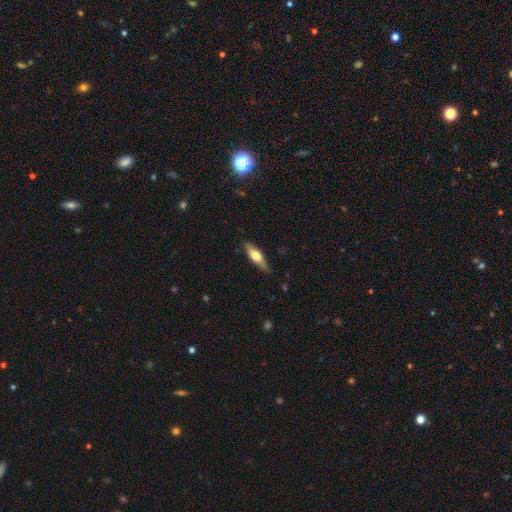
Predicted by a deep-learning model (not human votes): smooth_or_featured: smooth (p=0.55) [alt: featured or disk p=0.40]
how_rounded: cigar-shaped (p=0.58) [alt: in between p=0.39]
merging: none (p=0.82) [alt: minor disturbance p=0.14]